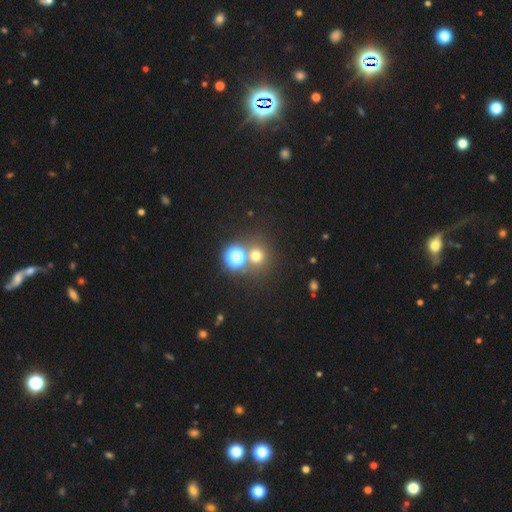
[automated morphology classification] Smooth or featured? Predicted: smooth (p=0.65). How rounded? Predicted: round (p=0.89). Merging? Predicted: none (p=0.72).